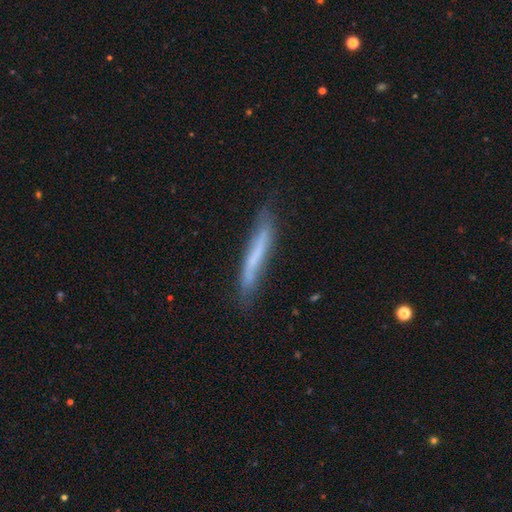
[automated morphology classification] Smooth or featured? Predicted: smooth (p=0.47). Merging? Predicted: none (p=0.69).